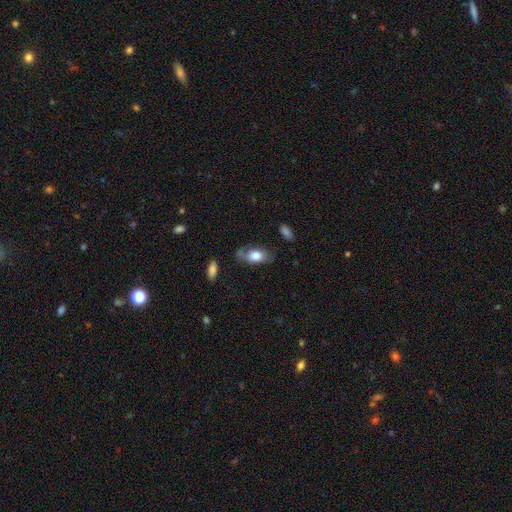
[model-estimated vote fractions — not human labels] Q: Smooth or featured?
A: smooth (72%); runner-up: featured or disk (21%)
Q: How rounded?
A: in between (88%); runner-up: round (7%)
Q: Merging?
A: none (62%); runner-up: minor disturbance (26%)